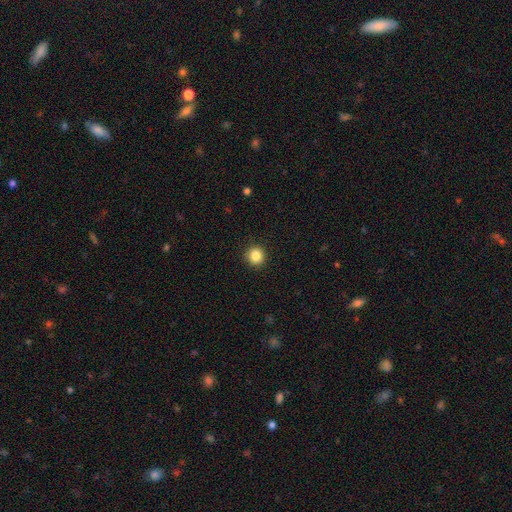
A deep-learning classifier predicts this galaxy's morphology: Overall: smooth (85%). How rounded: round (91%). Merging: none (92%).